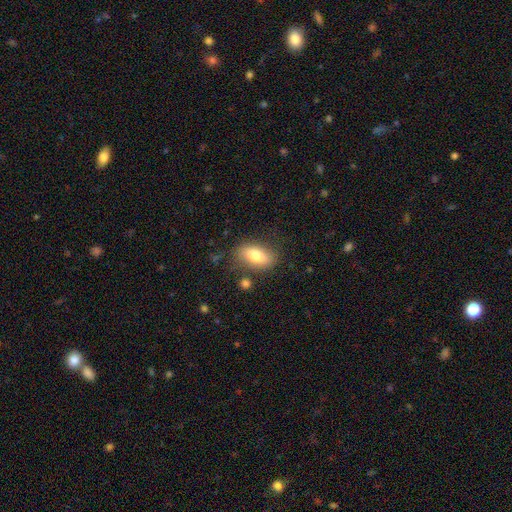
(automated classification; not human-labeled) Smooth or featured: smooth — 73% (featured or disk — 19%)
How rounded: in between — 87% (cigar-shaped — 7%)
Merging: none — 77% (minor disturbance — 15%)